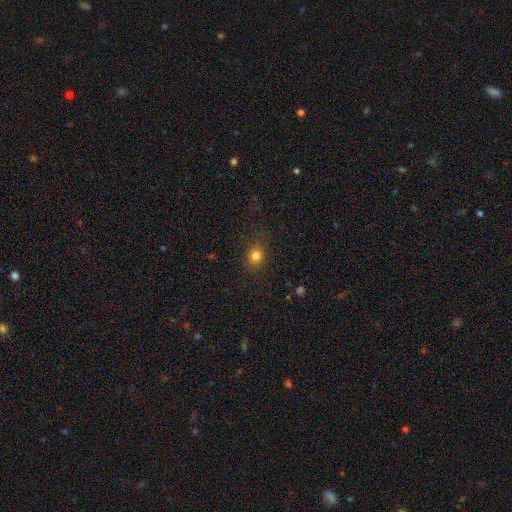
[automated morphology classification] smooth 81%, star or artifact 14%, featured or disk 6%. Down the decision tree: how rounded — round (63%); merging — none (84%).